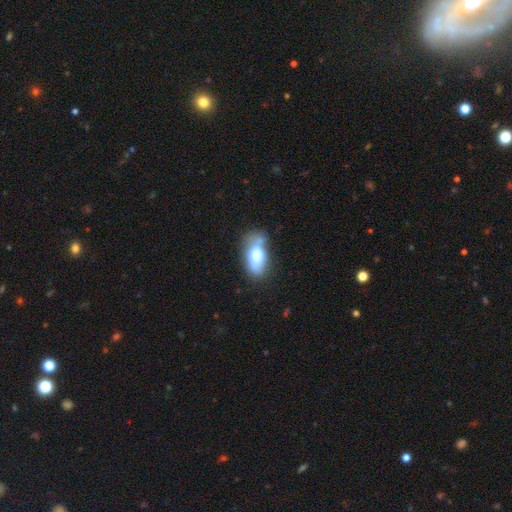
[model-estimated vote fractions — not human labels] Q: Smooth or featured?
A: smooth (66%); runner-up: featured or disk (26%)
Q: How rounded?
A: in between (88%); runner-up: round (7%)
Q: Merging?
A: none (45%); runner-up: minor disturbance (26%)